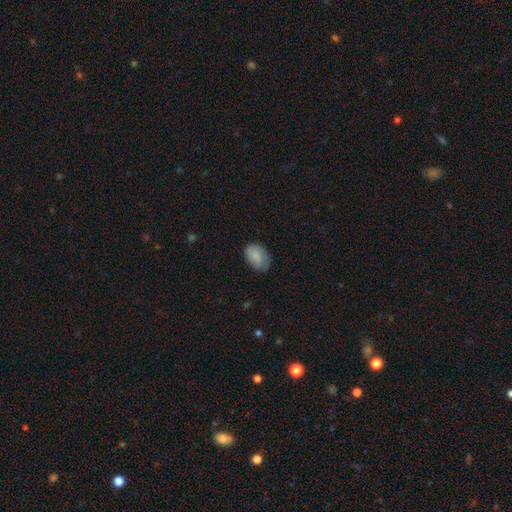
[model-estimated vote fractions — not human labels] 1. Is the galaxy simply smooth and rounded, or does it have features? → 76% smooth, 17% featured or disk, 7% star or artifact.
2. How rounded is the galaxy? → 85% in between, 14% round, 1% cigar-shaped.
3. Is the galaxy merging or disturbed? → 56% none, 32% minor disturbance, 11% major disturbance, 1% merger.